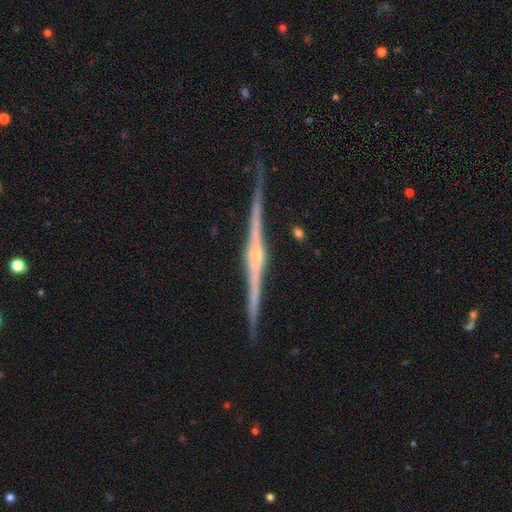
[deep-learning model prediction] This is clearly a featured or disk galaxy (90%). It is clearly viewed edge-on (99%). Edge-on bulge: likely rounded (76%). Merging: clearly none (88%).